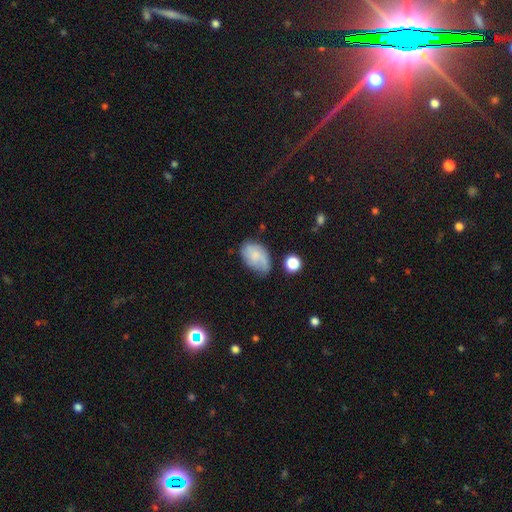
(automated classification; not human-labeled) This appears to be a smooth galaxy with no disk features (62%) that is in between round and cigar-shaped (87%). Merging: none (45%).